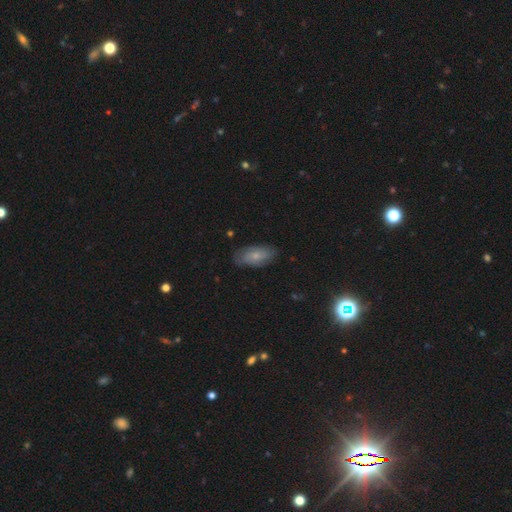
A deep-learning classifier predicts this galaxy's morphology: A smooth galaxy with no disk features (55%) that is in between round and cigar-shaped (88%).

Vote fractions:
- Smooth or featured? smooth: 55% / featured or disk: 38% / star or artifact: 7%
- How rounded? in between: 88% / cigar-shaped: 8% / round: 3%
- Merging? none: 73% / minor disturbance: 21% / major disturbance: 5% / merger: 1%